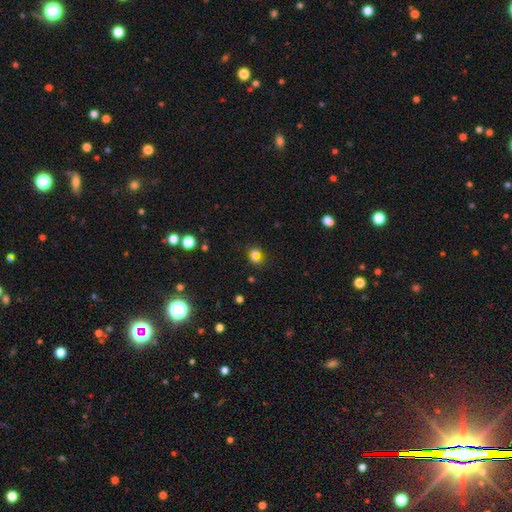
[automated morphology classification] Q: Smooth or featured?
A: smooth (64%); runner-up: star or artifact (22%)
Q: How rounded?
A: round (65%); runner-up: in between (34%)
Q: Merging?
A: none (51%); runner-up: merger (30%)